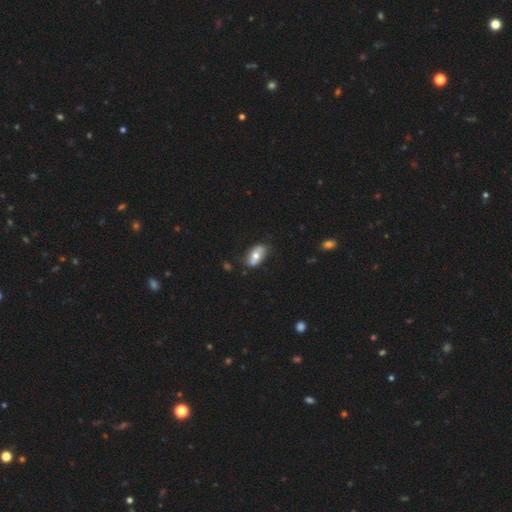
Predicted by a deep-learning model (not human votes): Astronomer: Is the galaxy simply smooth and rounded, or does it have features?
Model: smooth — 60%.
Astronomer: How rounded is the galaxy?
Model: in between — 89%.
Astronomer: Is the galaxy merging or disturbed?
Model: none — 69%.